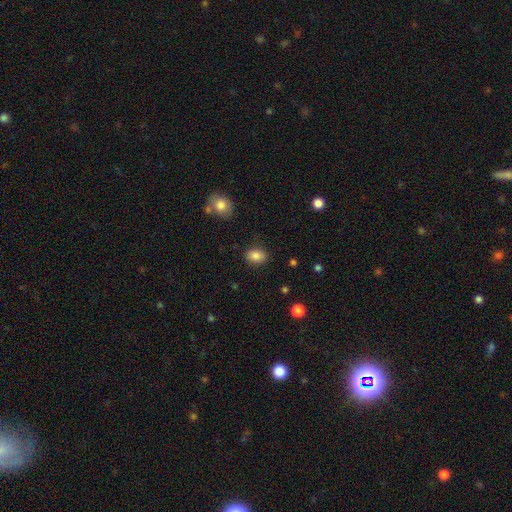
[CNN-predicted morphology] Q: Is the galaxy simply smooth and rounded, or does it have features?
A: smooth — 85%.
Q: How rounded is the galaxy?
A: in between — 70%.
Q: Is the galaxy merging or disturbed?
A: none — 85%.